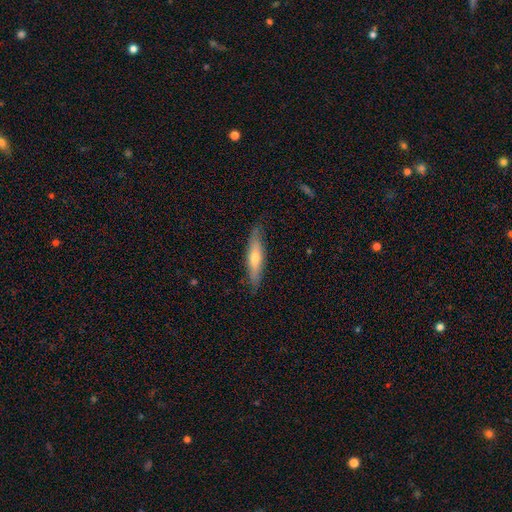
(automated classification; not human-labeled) Smooth or featured?
  - featured or disk: 49% *
  - smooth: 45%
  - star or artifact: 6%
Merging?
  - none: 84% *
  - minor disturbance: 13%
  - major disturbance: 2%
  - merger: 1%